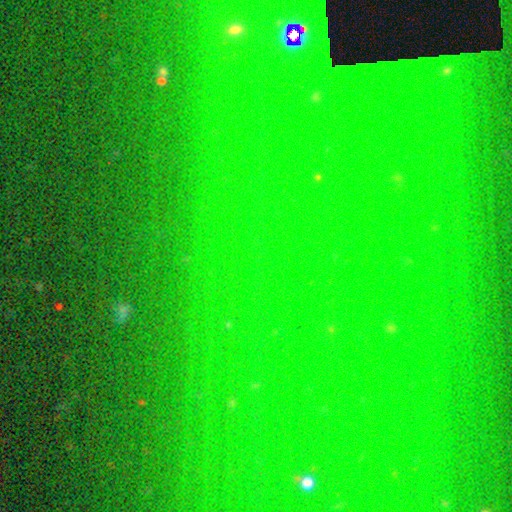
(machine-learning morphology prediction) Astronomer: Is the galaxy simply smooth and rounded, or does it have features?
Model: star or artifact — 79%.